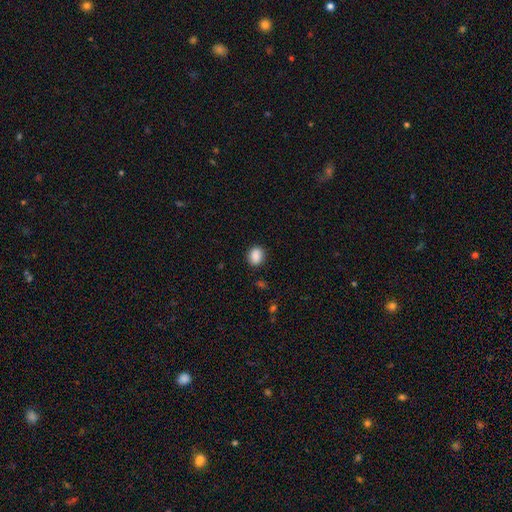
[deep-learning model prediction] Smooth or featured?
  - smooth: 87% *
  - star or artifact: 9%
  - featured or disk: 4%
How rounded?
  - round: 53% *
  - in between: 46%
  - cigar-shaped: 1%
Merging?
  - none: 85% *
  - minor disturbance: 11%
  - major disturbance: 3%
  - merger: 2%